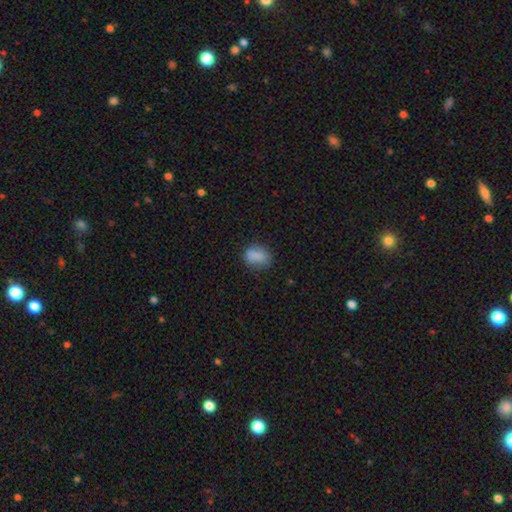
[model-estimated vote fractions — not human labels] Q: Smooth or featured?
A: smooth (84%); runner-up: star or artifact (10%)
Q: How rounded?
A: in between (70%); runner-up: round (28%)
Q: Merging?
A: none (71%); runner-up: minor disturbance (21%)